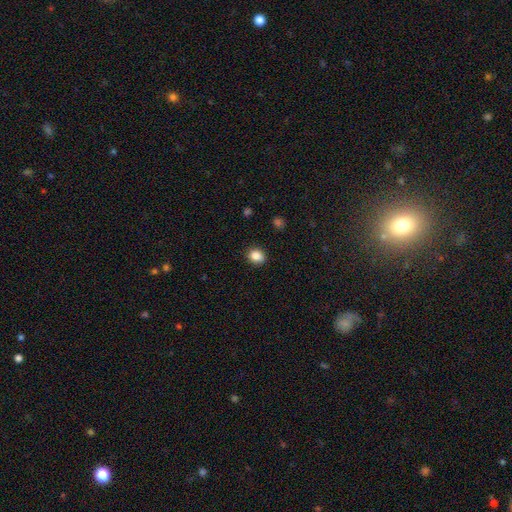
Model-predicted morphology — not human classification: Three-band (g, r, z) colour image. It shows a smooth galaxy with no disk features (86%) that is round (56%). Merging: none (88%).